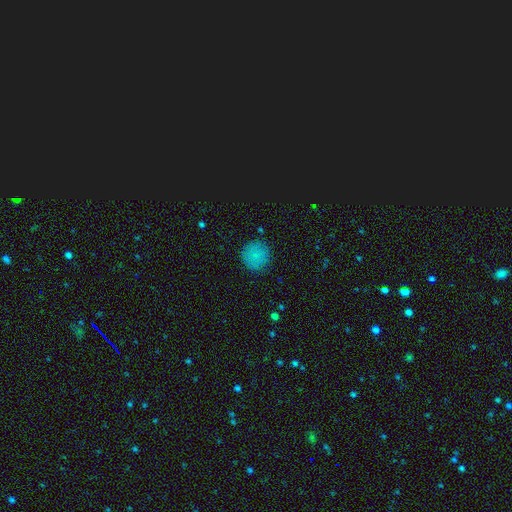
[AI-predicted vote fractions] Morphology: type=smooth (81%); roundness=round (95%); merging=none (87%).